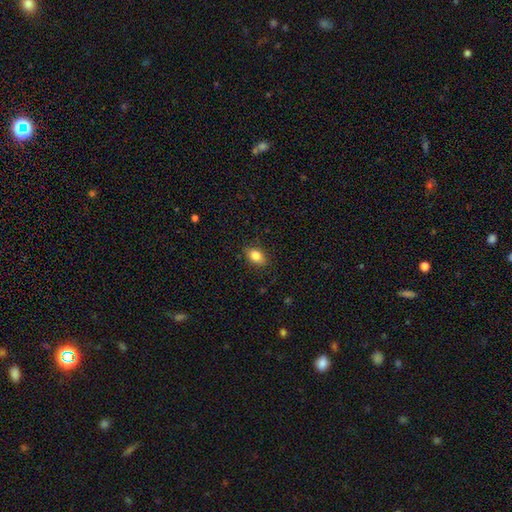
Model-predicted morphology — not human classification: Smooth or featured? smooth (84%)
How rounded? in between (82%)
Merging? none (85%)